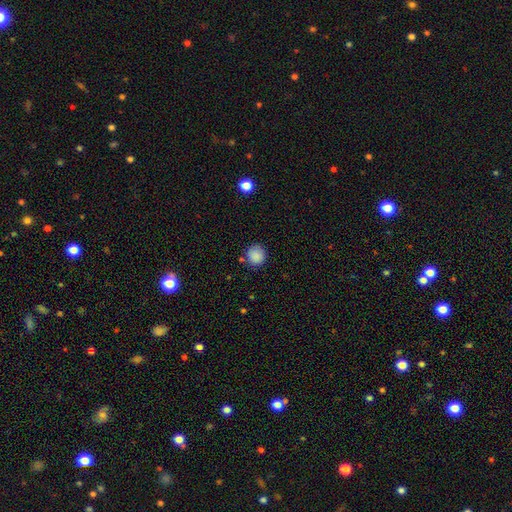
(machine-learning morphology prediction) smooth-or-featured: smooth: 87% | star or artifact: 9% | featured or disk: 4%
  how-rounded: round: 90% | in between: 9% | cigar-shaped: 1%
  merging: none: 80% | minor disturbance: 14% | merger: 3% | major disturbance: 3%